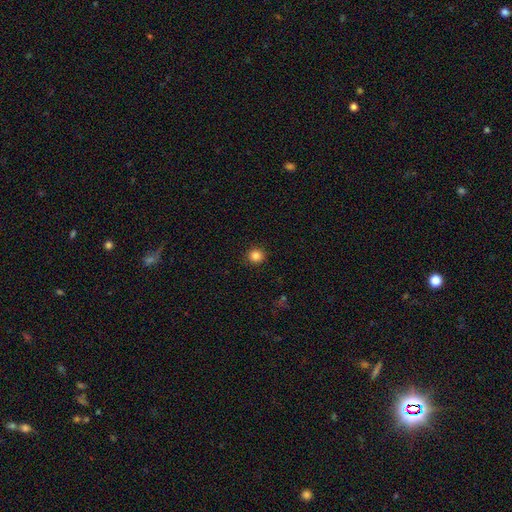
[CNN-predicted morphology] A smooth galaxy with no disk features (84%) that is round (92%).

Vote fractions:
- Smooth or featured? smooth: 84% / star or artifact: 12% / featured or disk: 5%
- How rounded? round: 92% / in between: 7% / cigar-shaped: 1%
- Merging? none: 91% / minor disturbance: 6% / major disturbance: 2% / merger: 1%